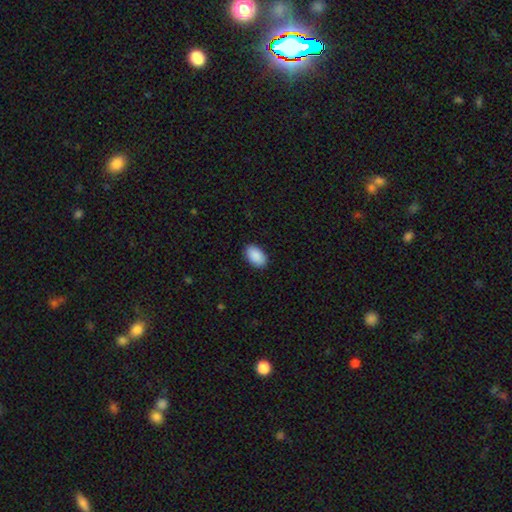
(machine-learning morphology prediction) Smooth or featured? smooth (91%)
How rounded? in between (94%)
Merging? none (89%)